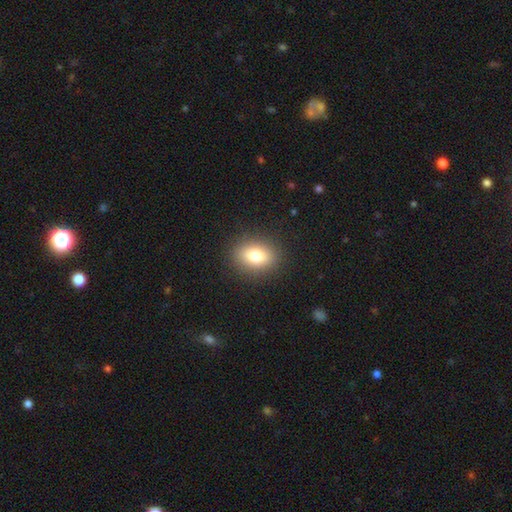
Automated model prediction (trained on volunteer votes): Smooth or featured?
  - smooth: 79% *
  - featured or disk: 11%
  - star or artifact: 11%
How rounded?
  - in between: 65% *
  - round: 34%
  - cigar-shaped: 2%
Merging?
  - none: 88% *
  - minor disturbance: 8%
  - major disturbance: 3%
  - merger: 1%